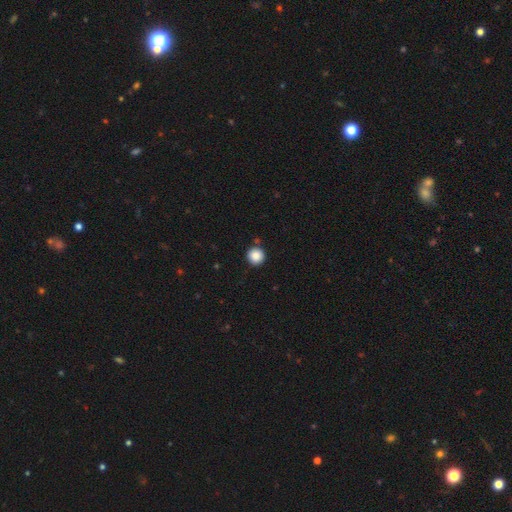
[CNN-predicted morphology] type=smooth (87%); roundness=round (96%); merging=none (89%).